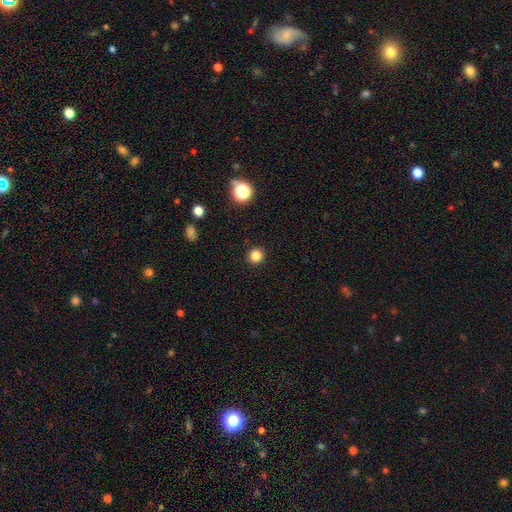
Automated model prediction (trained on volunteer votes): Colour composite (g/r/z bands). It shows a smooth galaxy with no disk features (83%) that is round (92%). Merging: none (92%).